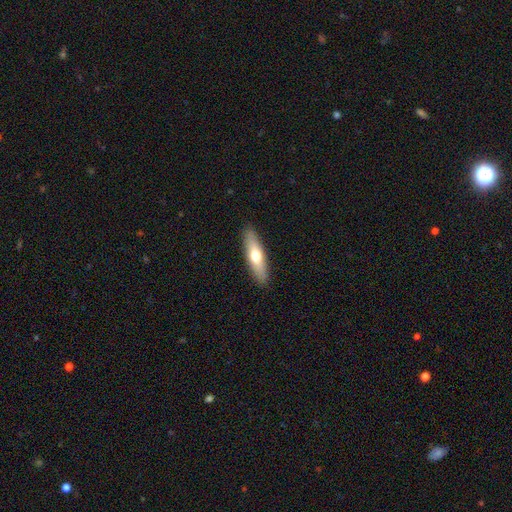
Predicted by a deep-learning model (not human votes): Morphology: type=smooth (59%); roundness=cigar-shaped (64%); merging=none (89%).